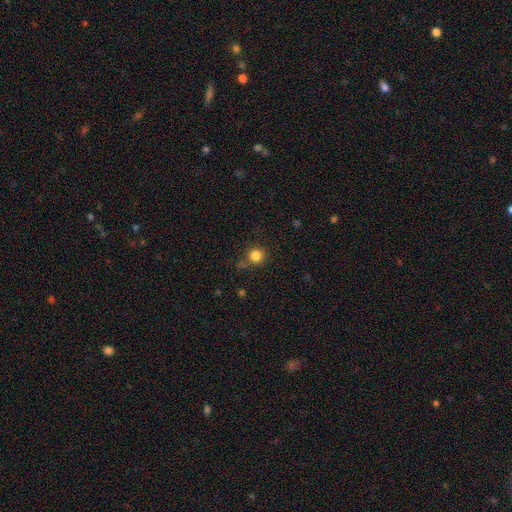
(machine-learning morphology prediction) A smooth galaxy with no disk features (83%) that is round (92%). Merging: none (75%).